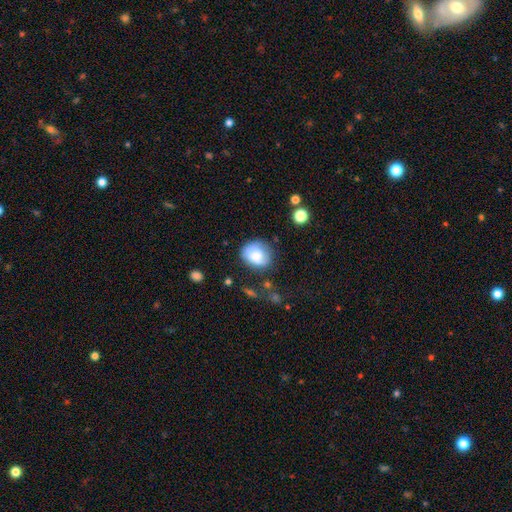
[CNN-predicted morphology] smooth 75%, featured or disk 17%, star or artifact 8%. Down the decision tree: how rounded — round (63%); merging — none (64%).